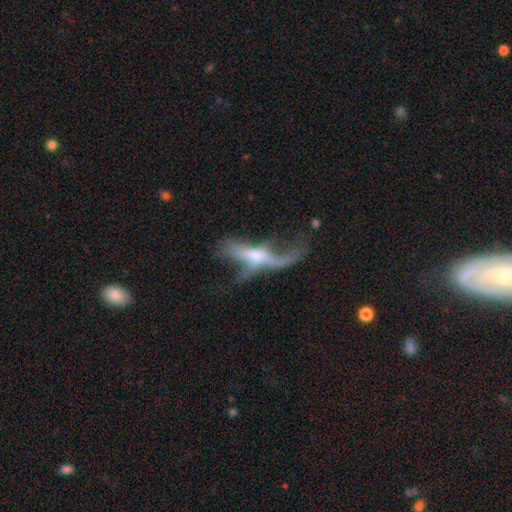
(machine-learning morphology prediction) A featured or disk galaxy (71%).

Vote fractions:
- Smooth or featured? featured or disk: 71% / smooth: 20% / star or artifact: 9%
- Edge-on disk? no: 61% / yes: 39%
- Merging? major disturbance: 47% / none: 26% / minor disturbance: 16% / merger: 12%